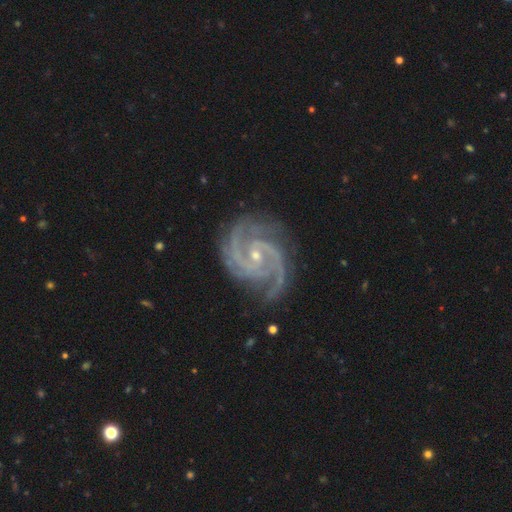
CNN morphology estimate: featured or disk 94%, star or artifact 4%, smooth 2%. Down the decision tree: edge-on disk — no (98%); bar — no (51%); spiral arms — yes (99%); spiral arm count — 2 (44%); spiral winding — tight (48%); bulge size — small (73%); merging — none (75%).